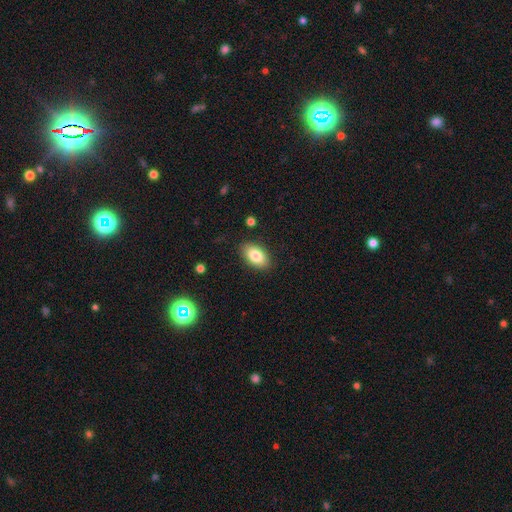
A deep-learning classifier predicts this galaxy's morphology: This is clearly a smooth galaxy (83%). How rounded: clearly in between (93%). Merging: clearly none (88%).